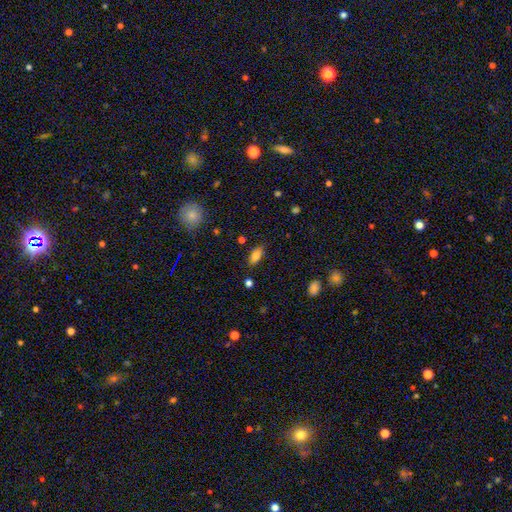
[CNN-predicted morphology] This is clearly a smooth galaxy (81%). How rounded: clearly in between (87%). Merging: clearly none (82%).